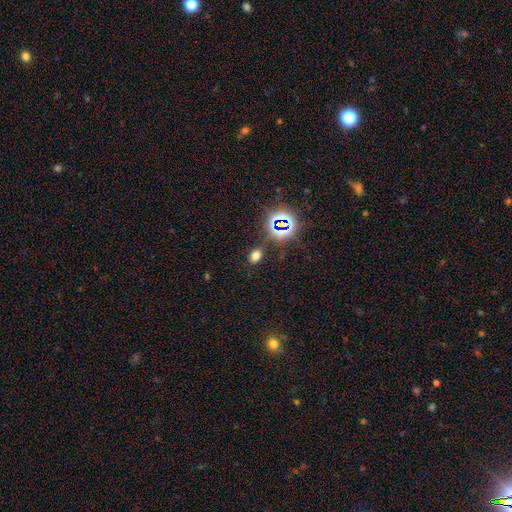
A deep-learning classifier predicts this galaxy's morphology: Smooth or featured? Predicted: smooth (p=0.65). How rounded? Predicted: in between (p=0.73). Merging? Predicted: none (p=0.83).